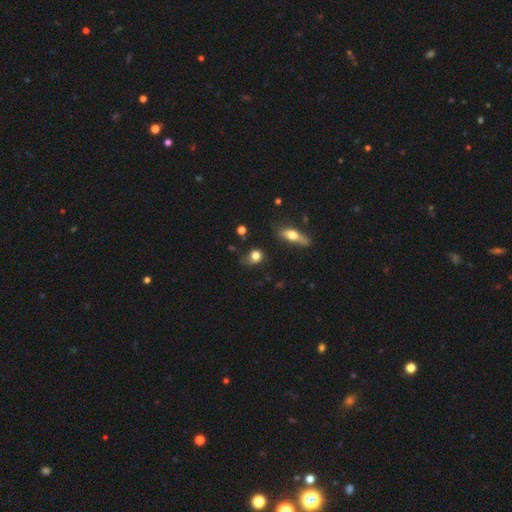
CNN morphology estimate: Smooth or featured? Predicted: smooth (p=0.76). How rounded? Predicted: round (p=0.56). Merging? Predicted: none (p=0.45).